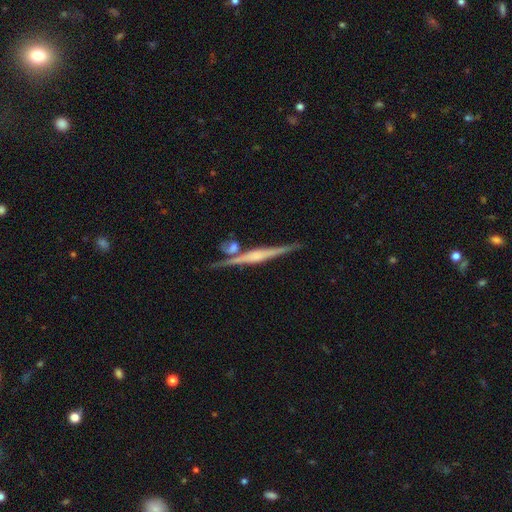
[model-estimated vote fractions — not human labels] smooth_or_featured: featured or disk (p=0.78) [alt: smooth p=0.15]
disk_edge_on: yes (p=0.97) [alt: no p=0.03]
edge_on_bulge: rounded (p=0.59) [alt: boxy p=0.21]
merging: none (p=0.74) [alt: merger p=0.12]